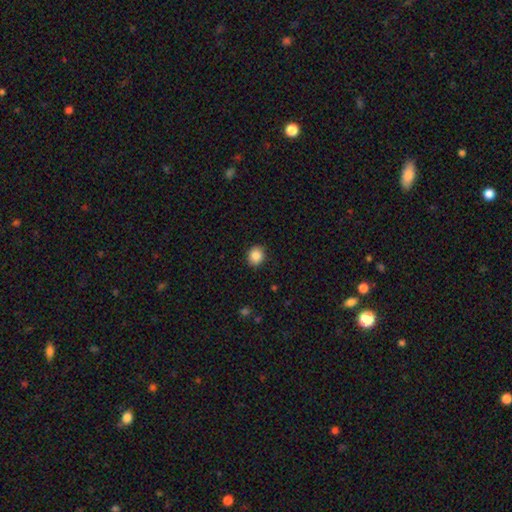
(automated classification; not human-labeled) A smooth galaxy with no disk features (87%) that is round (76%).

Vote fractions:
- Smooth or featured? smooth: 87% / star or artifact: 9% / featured or disk: 4%
- How rounded? round: 76% / in between: 23% / cigar-shaped: 1%
- Merging? none: 91% / minor disturbance: 6% / major disturbance: 2% / merger: 1%